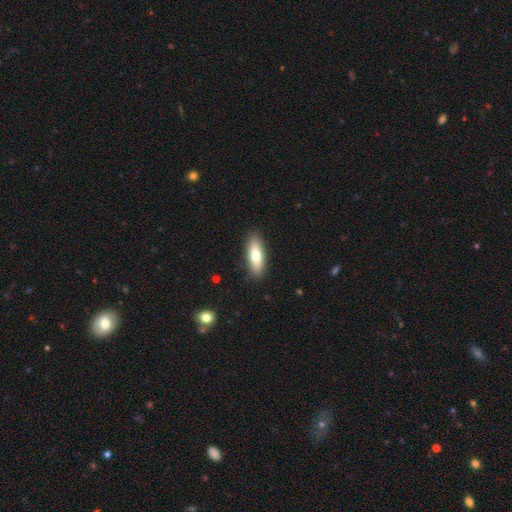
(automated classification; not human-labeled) A smooth galaxy with no disk features (72%) that is in between round and cigar-shaped (61%).

Vote fractions:
- Smooth or featured? smooth: 72% / featured or disk: 22% / star or artifact: 6%
- How rounded? in between: 61% / cigar-shaped: 37% / round: 2%
- Merging? none: 88% / minor disturbance: 9% / major disturbance: 2% / merger: 1%